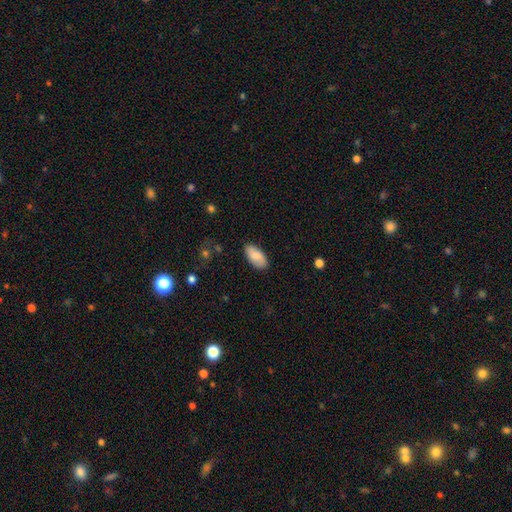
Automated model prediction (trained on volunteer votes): Smooth or featured? Predicted: smooth (p=0.85). How rounded? Predicted: in between (p=0.94). Merging? Predicted: none (p=0.85).